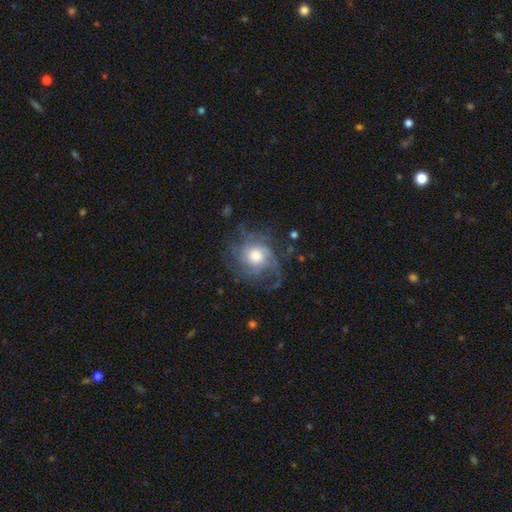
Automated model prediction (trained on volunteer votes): A featured or disk galaxy (70%) with no bar (80%), medium (39%) spiral arms (87%) and a moderate central bulge (45%). Merging: none (61%).